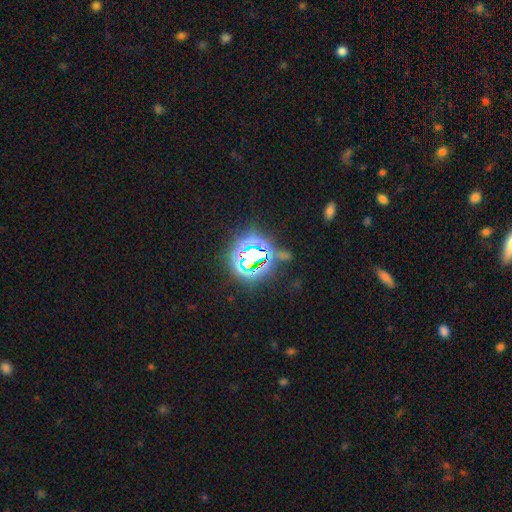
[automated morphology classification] Overall: star or artifact (76%).